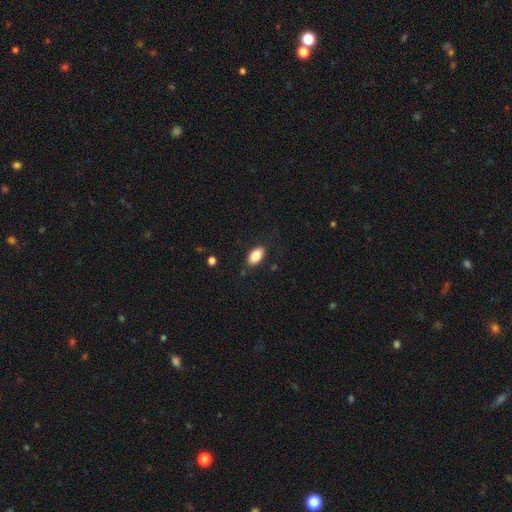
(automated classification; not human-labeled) smooth_or_featured: smooth (p=0.84) [alt: featured or disk p=0.09]
how_rounded: in between (p=0.92) [alt: round p=0.04]
merging: none (p=0.84) [alt: minor disturbance p=0.12]